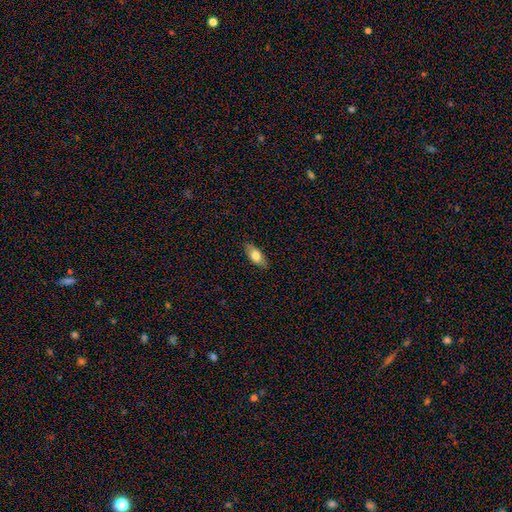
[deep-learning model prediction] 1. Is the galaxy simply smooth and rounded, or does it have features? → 74% smooth, 19% featured or disk, 7% star or artifact.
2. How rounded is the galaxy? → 82% in between, 14% cigar-shaped, 3% round.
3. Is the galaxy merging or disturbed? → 86% none, 11% minor disturbance, 2% major disturbance, 1% merger.